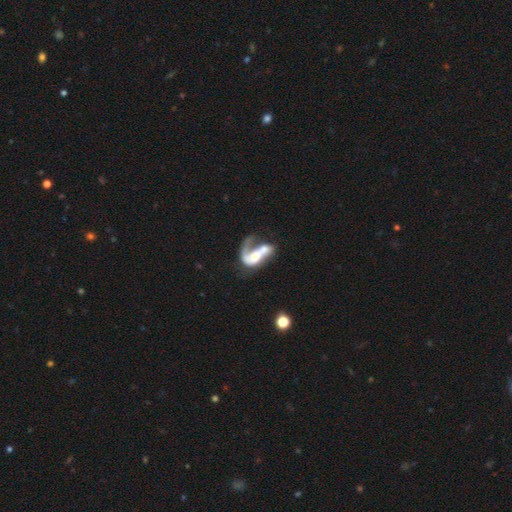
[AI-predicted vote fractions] Smooth or featured: featured or disk — 68% (smooth — 24%)
Edge-on disk: no — 96% (yes — 4%)
Bar: no — 53% (weak — 30%)
Spiral arms: yes — 74% (no — 26%)
Bulge size: moderate — 40% (small — 23%)
Merging: merger — 43% (major disturbance — 31%)